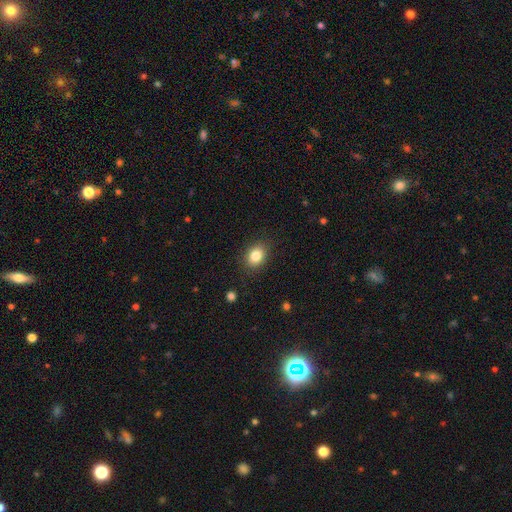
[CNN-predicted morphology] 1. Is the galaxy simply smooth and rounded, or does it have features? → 83% smooth, 10% star or artifact, 7% featured or disk.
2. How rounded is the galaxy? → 59% in between, 40% round, 1% cigar-shaped.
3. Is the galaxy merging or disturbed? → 86% none, 10% minor disturbance, 3% major disturbance, 1% merger.